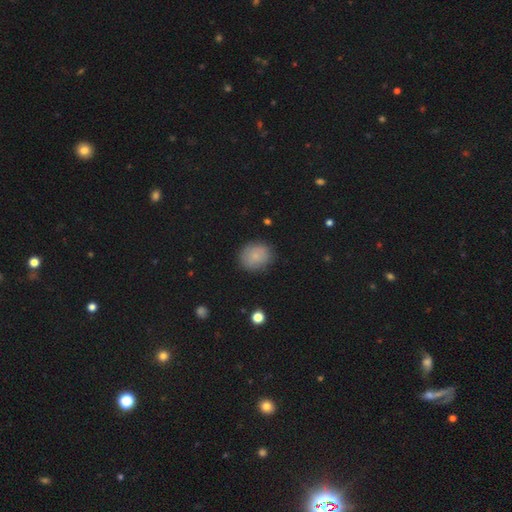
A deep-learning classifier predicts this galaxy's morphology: This appears to be a smooth galaxy with no disk features (80%) that is round (69%). Merging: none (82%).